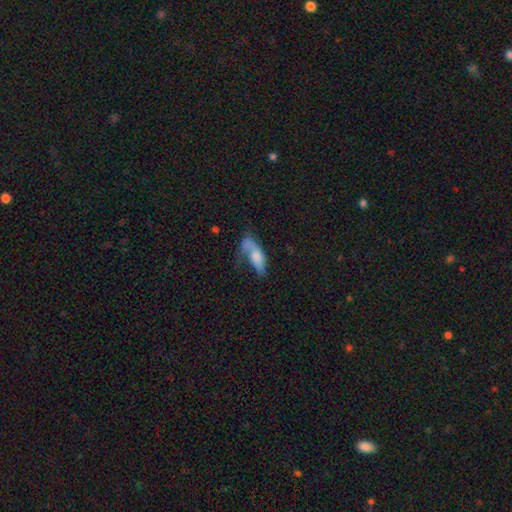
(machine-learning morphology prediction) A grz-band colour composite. It shows a smooth galaxy with no disk features (61%) that is in between round and cigar-shaped (69%). Merging: major disturbance (36%).